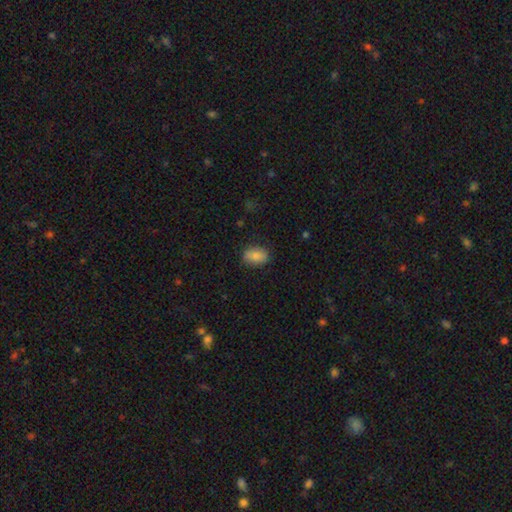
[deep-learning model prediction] Smooth or featured? Predicted: smooth (p=0.82). How rounded? Predicted: in between (p=0.82). Merging? Predicted: none (p=0.81).